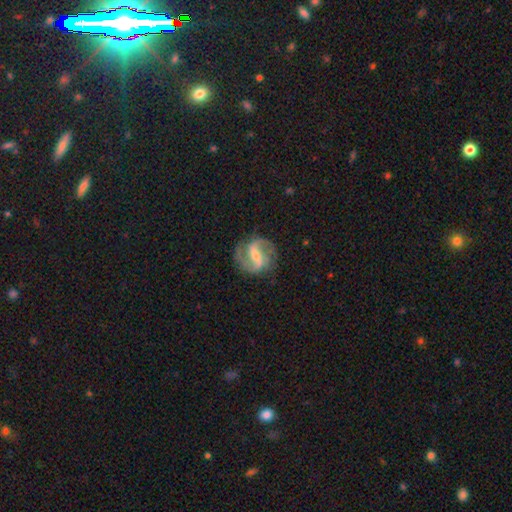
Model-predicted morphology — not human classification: smooth_or_featured: featured or disk (p=0.87) [alt: smooth p=0.08]
disk_edge_on: no (p=0.98) [alt: yes p=0.02]
bar: strong (p=0.46) [alt: weak p=0.41]
has_spiral_arms: yes (p=0.96) [alt: no p=0.04]
spiral_winding: medium (p=0.51) [alt: loose p=0.33]
spiral_arm_count: 2 (p=0.87) [alt: 3 p=0.04]
bulge_size: small (p=0.55) [alt: moderate p=0.31]
merging: none (p=0.78) [alt: minor disturbance p=0.14]